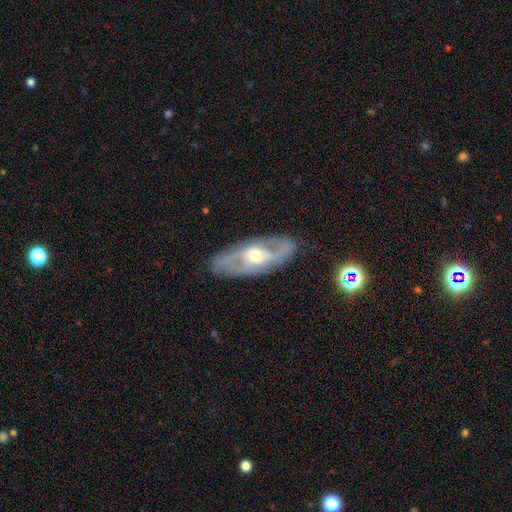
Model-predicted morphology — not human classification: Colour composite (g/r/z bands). It shows a featured or disk galaxy (76%) with no bar (51%), spiral arms (75%) and a moderate central bulge (70%). Merging: none (82%).